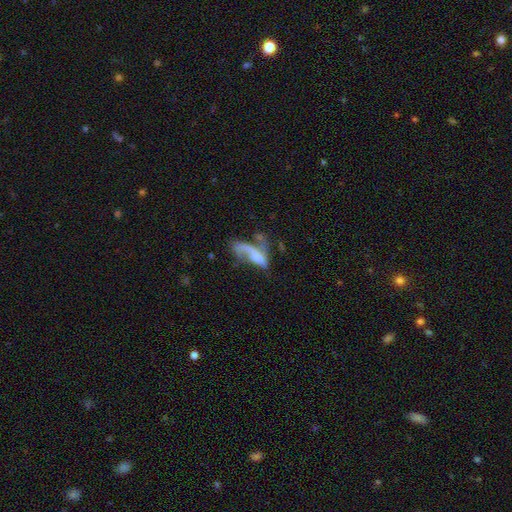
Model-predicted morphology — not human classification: A featured or disk galaxy (51%). Merging: major disturbance (44%).